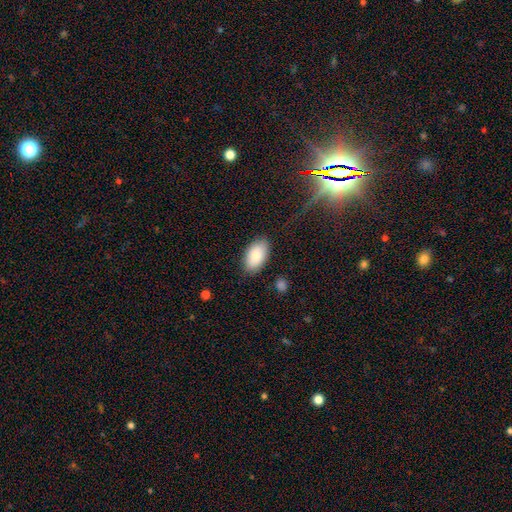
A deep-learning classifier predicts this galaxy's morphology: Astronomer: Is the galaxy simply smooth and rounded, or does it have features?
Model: smooth — 83%.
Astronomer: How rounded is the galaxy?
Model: in between — 94%.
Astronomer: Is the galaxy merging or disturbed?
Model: none — 84%.